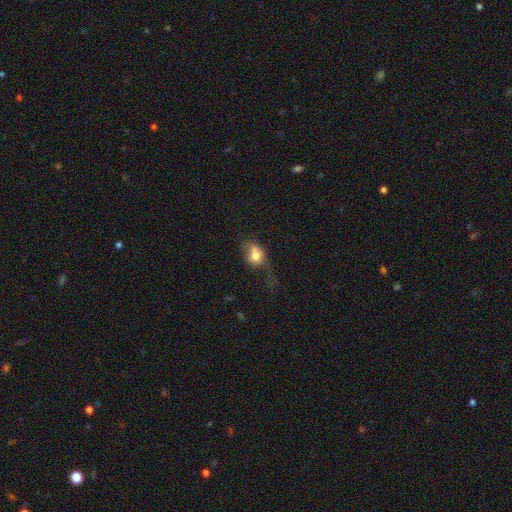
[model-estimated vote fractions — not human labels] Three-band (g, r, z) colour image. It shows a smooth galaxy with no disk features (71%) that is in between round and cigar-shaped (52%). Merging: none (29%, tied with major disturbance).